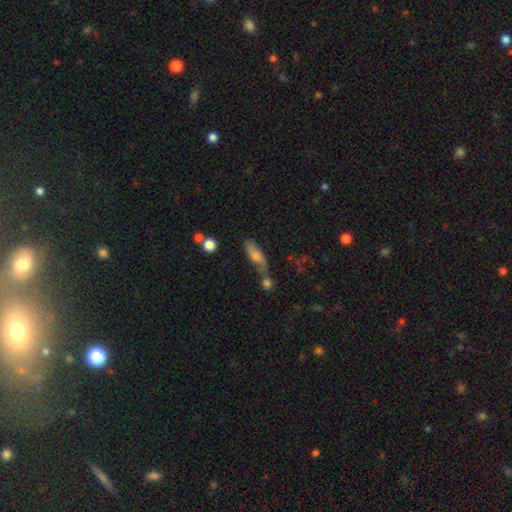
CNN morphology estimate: smooth 62%, featured or disk 28%, star or artifact 10%. Down the decision tree: how rounded — in between (57%); merging — none (45%).